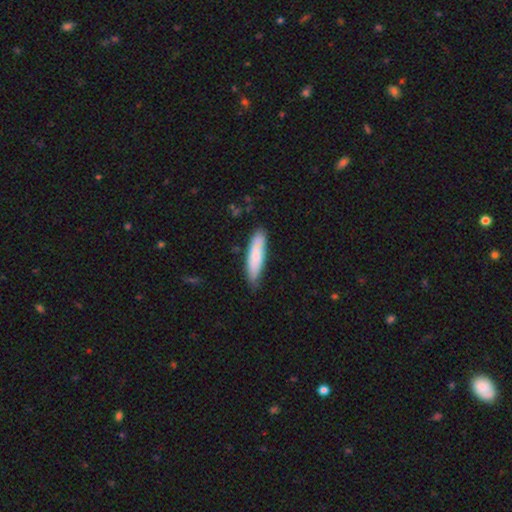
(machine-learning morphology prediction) smooth-or-featured: smooth: 72% | featured or disk: 22% | star or artifact: 5%
  how-rounded: cigar-shaped: 70% | in between: 29% | round: 1%
  merging: none: 77% | minor disturbance: 19% | major disturbance: 3% | merger: 2%